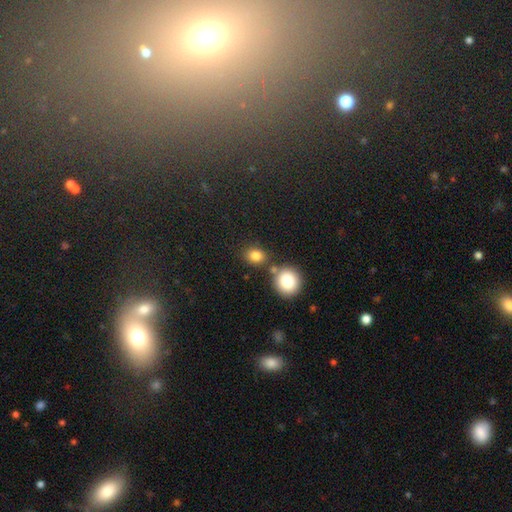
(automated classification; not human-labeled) This appears to be a smooth galaxy with no disk features (83%) that is round (62%). Merging: none (69%).